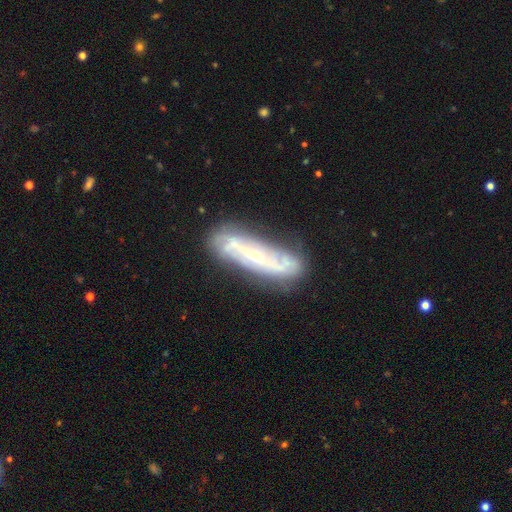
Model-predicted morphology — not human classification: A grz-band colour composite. It shows a featured or disk galaxy (79%) with no bar (50%), spiral arms (84%) and a small central bulge (68%). Merging: none (76%).